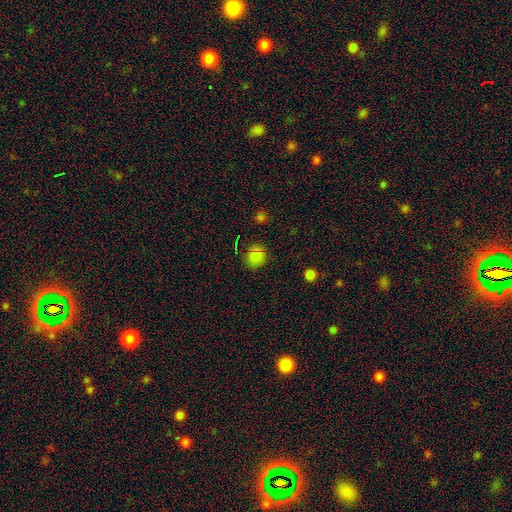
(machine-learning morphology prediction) Smooth or featured? smooth (77%)
How rounded? round (87%)
Merging? none (86%)